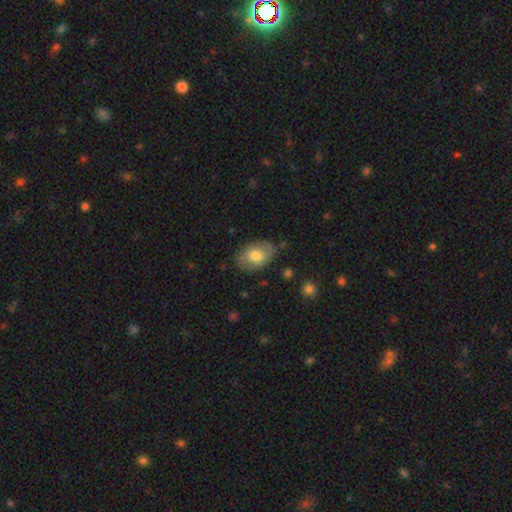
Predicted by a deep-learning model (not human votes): Smooth or featured? smooth (64%)
How rounded? in between (87%)
Merging? none (74%)